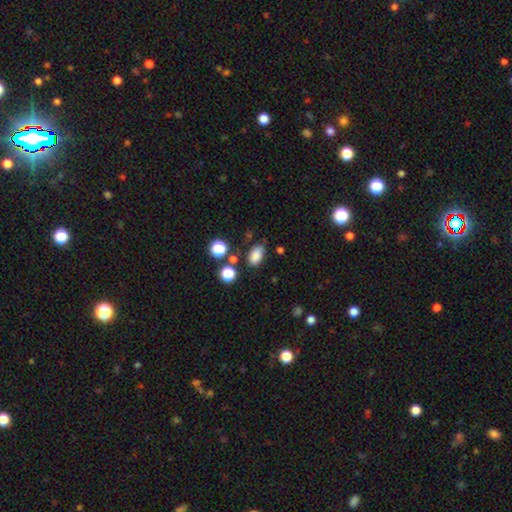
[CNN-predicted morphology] type=smooth (84%); roundness=in between (88%); merging=none (77%).